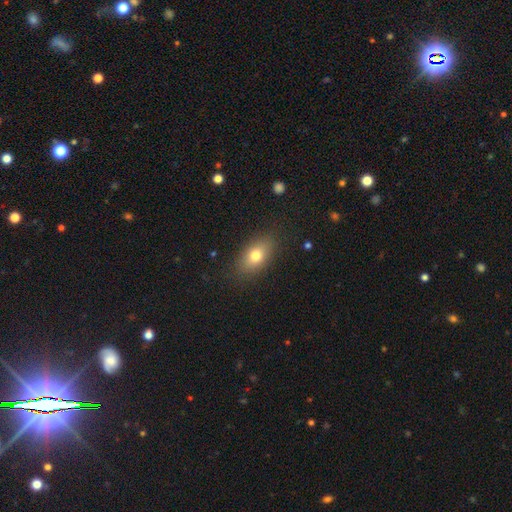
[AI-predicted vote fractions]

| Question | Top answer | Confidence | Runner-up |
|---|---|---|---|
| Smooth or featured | smooth | 76% | featured or disk (15%) |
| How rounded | in between | 85% | round (10%) |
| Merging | none | 84% | minor disturbance (11%) |